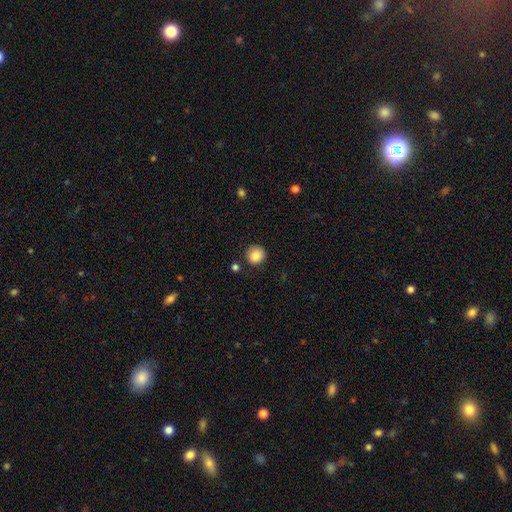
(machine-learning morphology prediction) A smooth galaxy with no disk features (86%) that is round (92%). Merging: none (86%).